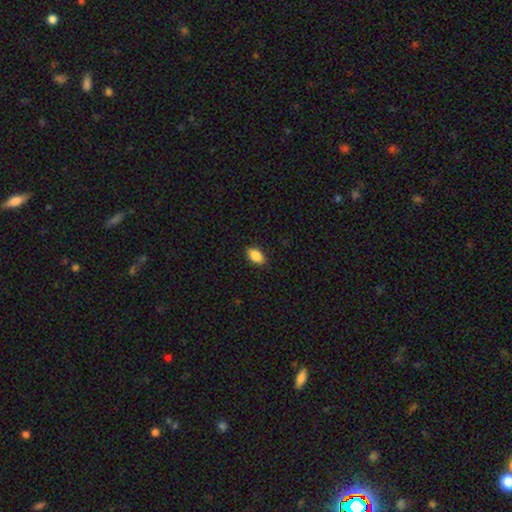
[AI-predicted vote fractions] Morphology: type=smooth (88%); roundness=in between (90%); merging=none (88%).